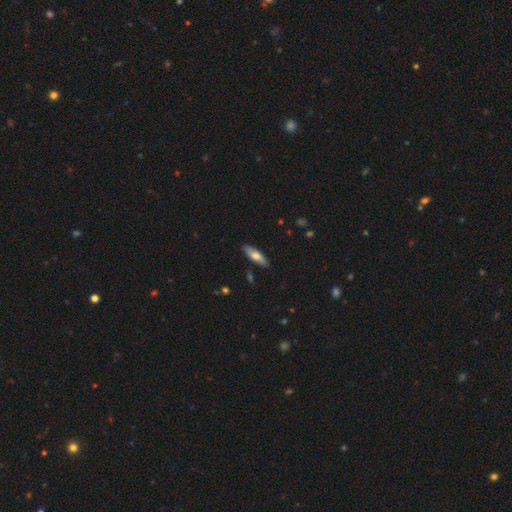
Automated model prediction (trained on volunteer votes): smooth-or-featured: smooth: 62% | featured or disk: 32% | star or artifact: 6%
  how-rounded: in between: 53% | cigar-shaped: 45% | round: 2%
  merging: none: 87% | minor disturbance: 10% | major disturbance: 2% | merger: 1%